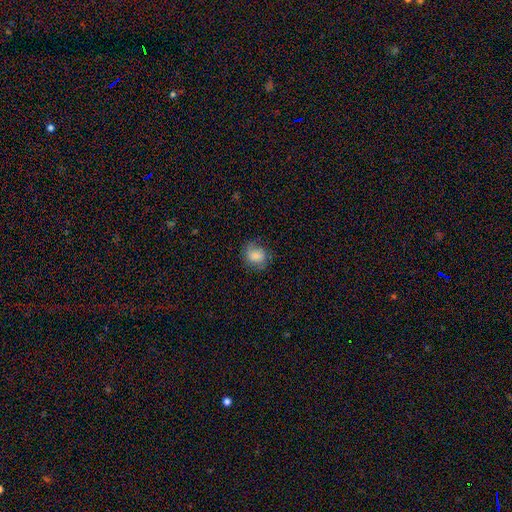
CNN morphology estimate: This appears to be a smooth galaxy with no disk features (67%) that is round (66%). Merging: none (67%).